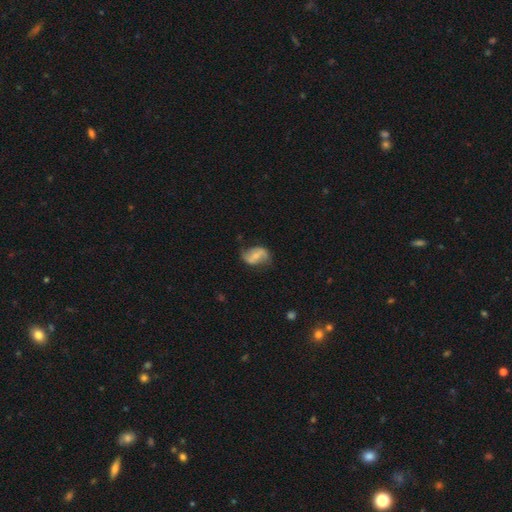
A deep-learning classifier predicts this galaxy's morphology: Smooth or featured? Predicted: featured or disk (p=0.59). Edge-on disk? Predicted: no (p=0.96). Bar? Predicted: weak (p=0.41). Spiral arms? Predicted: yes (p=0.82). Bulge size? Predicted: small (p=0.48). Merging? Predicted: none (p=0.60).